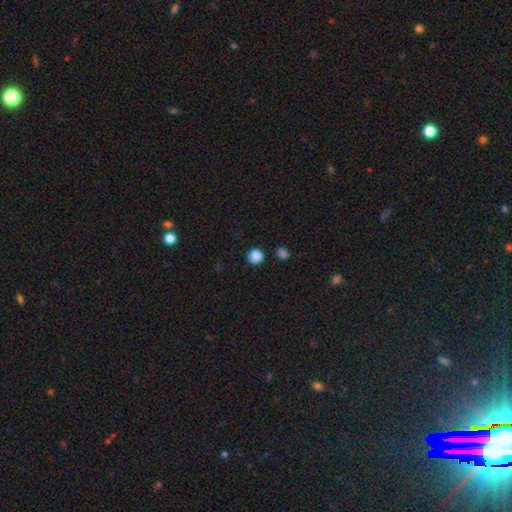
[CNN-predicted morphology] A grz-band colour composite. It shows a smooth galaxy with no disk features (85%) that is round (89%). Merging: none (82%).